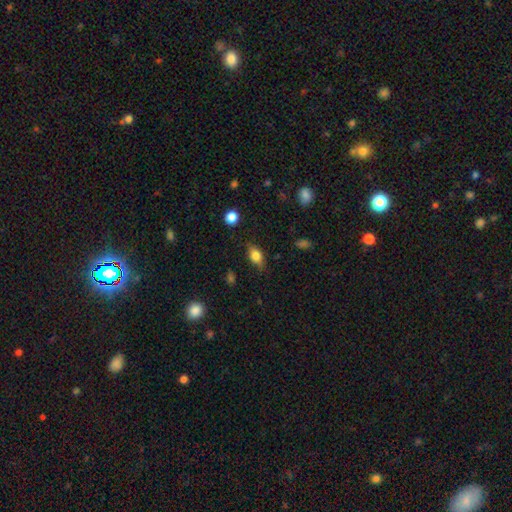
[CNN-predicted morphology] Smooth or featured? smooth (60%)
How rounded? in between (74%)
Merging? none (76%)